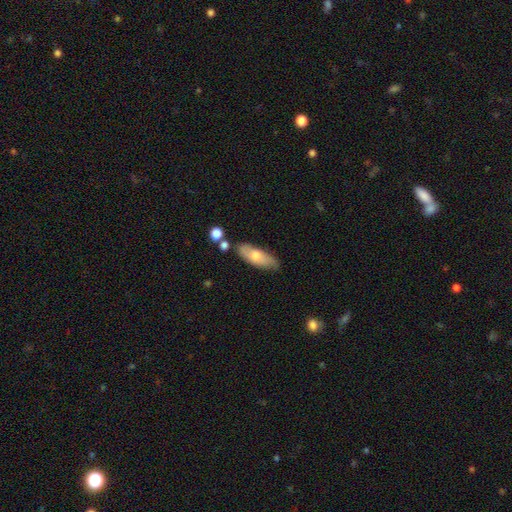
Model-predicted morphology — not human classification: The model was most divided on "how rounded": in between: 62%, cigar-shaped: 36%, round: 2%. More confident: merging — none (74%); smooth or featured — smooth (64%).